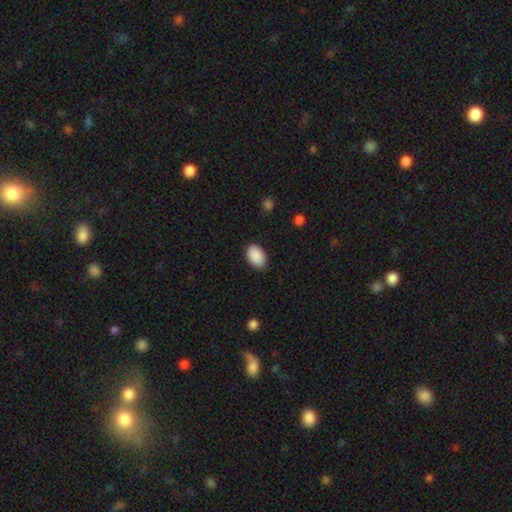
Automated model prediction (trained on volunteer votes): Smooth or featured?
  - smooth: 90% *
  - star or artifact: 7%
  - featured or disk: 3%
How rounded?
  - in between: 90% *
  - round: 9%
  - cigar-shaped: 1%
Merging?
  - none: 83% *
  - minor disturbance: 14%
  - major disturbance: 3%
  - merger: 1%